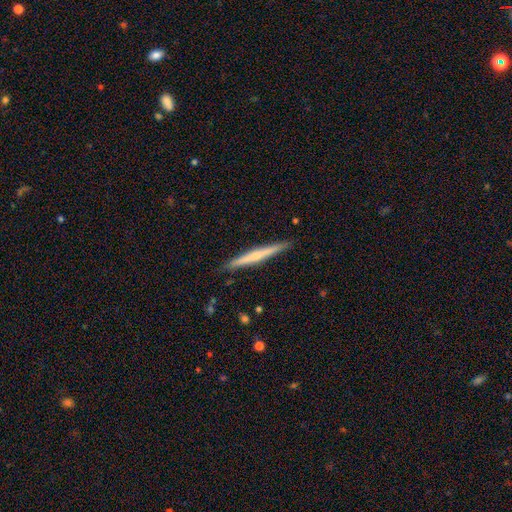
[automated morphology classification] A featured or disk galaxy (54%) viewed edge-on (98%) with no central bulge (47%).

Vote fractions:
- Smooth or featured? featured or disk: 54% / smooth: 40% / star or artifact: 6%
- Edge-on disk? yes: 98% / no: 2%
- Edge-on bulge? none: 47% / rounded: 45% / boxy: 7%
- Merging? none: 91% / minor disturbance: 7% / major disturbance: 1% / merger: 1%